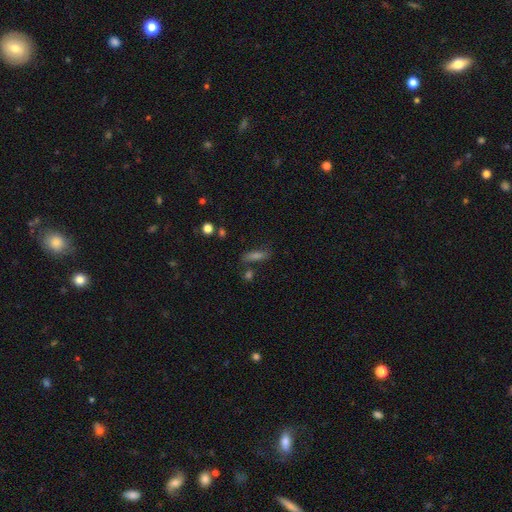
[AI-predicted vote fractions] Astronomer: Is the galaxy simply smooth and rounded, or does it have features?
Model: smooth — 56%.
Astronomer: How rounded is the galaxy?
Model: cigar-shaped — 63%.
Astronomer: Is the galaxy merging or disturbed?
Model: none — 68%.